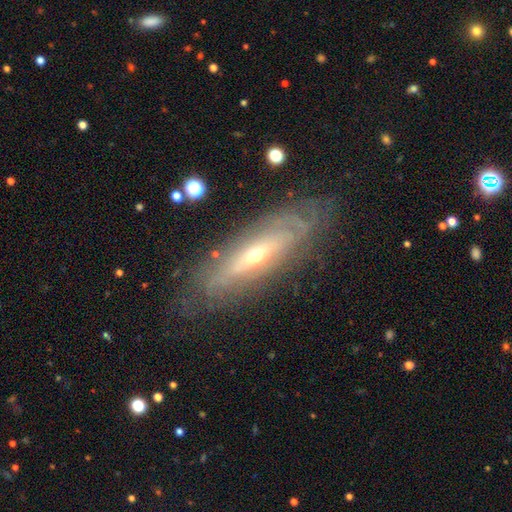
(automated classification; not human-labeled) Morphology: type=featured or disk (78%); edge-on=no (67%); bar=no (67%); spiral arms=yes (70%); bulge=small (51%); merging=none (77%).